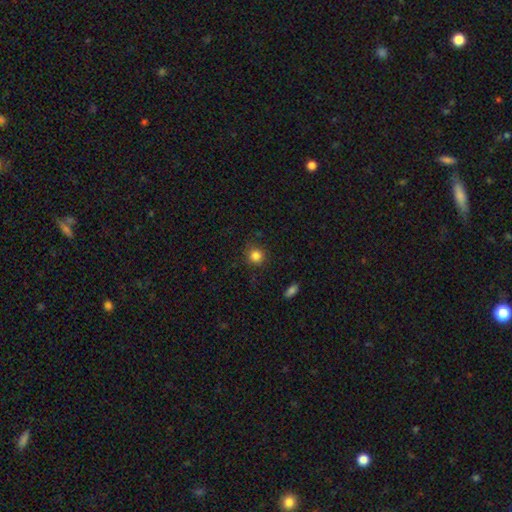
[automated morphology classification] Overall: smooth (84%). How rounded: round (91%). Merging: none (85%).